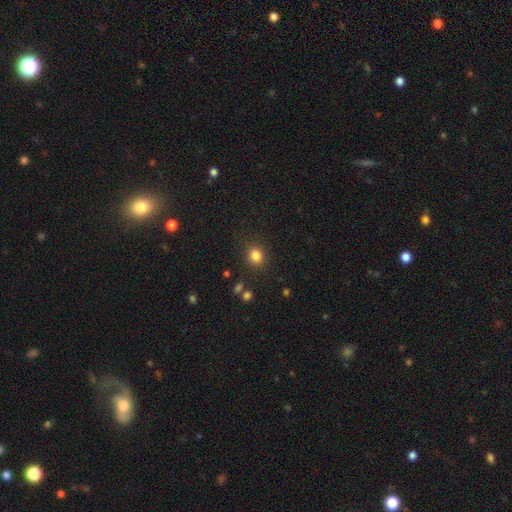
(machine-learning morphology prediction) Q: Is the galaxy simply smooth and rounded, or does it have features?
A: smooth — 83%.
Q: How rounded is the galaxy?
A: round — 81%.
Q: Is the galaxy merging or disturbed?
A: none — 87%.